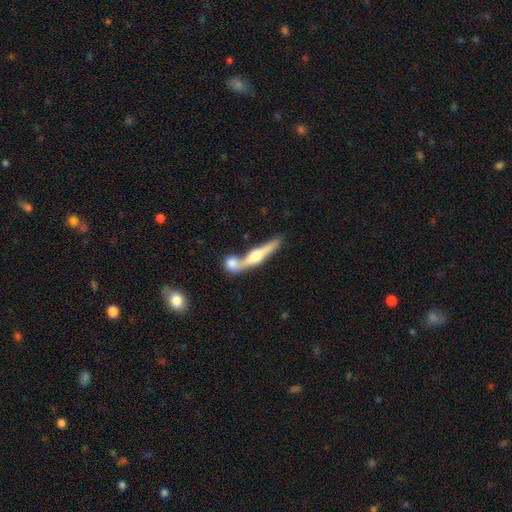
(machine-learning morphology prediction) This appears to be a featured or disk galaxy (62%) viewed edge-on (93%) with a rounded central bulge (90%). Merging: merger (46%).